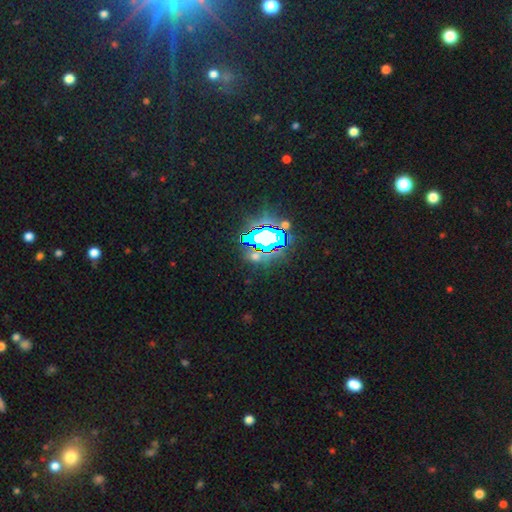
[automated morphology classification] smooth_or_featured: star or artifact (p=0.70) [alt: smooth p=0.18]